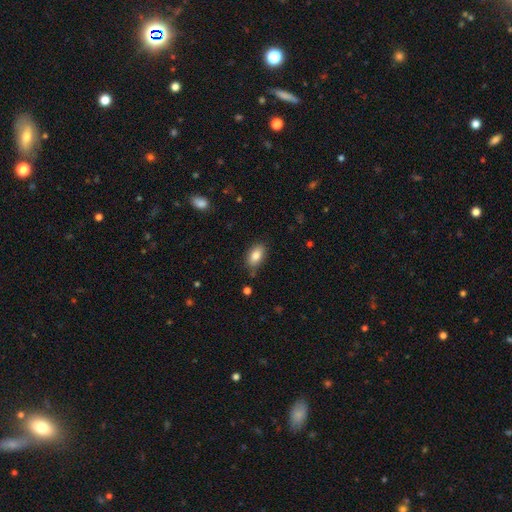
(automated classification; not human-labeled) This appears to be a smooth galaxy with no disk features (83%) that is in between round and cigar-shaped (90%). Merging: none (77%).